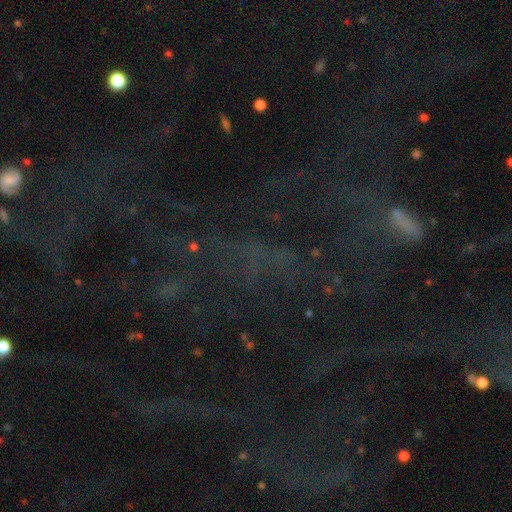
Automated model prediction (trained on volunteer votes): smooth_or_featured: star or artifact (p=0.72) [alt: featured or disk p=0.15]